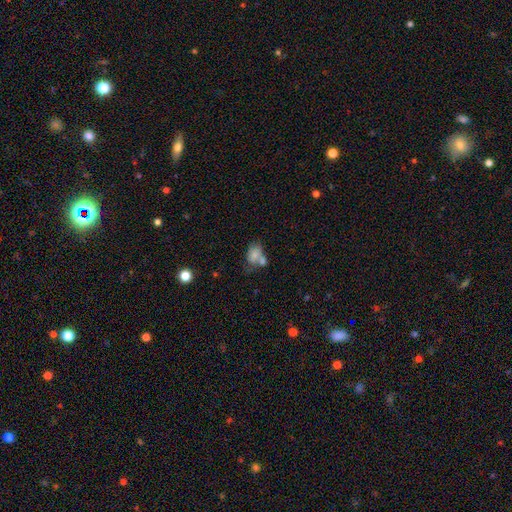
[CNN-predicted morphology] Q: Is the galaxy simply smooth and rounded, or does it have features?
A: smooth — 68%.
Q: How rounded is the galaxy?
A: in between — 72%.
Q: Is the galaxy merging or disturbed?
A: merger — 48%.